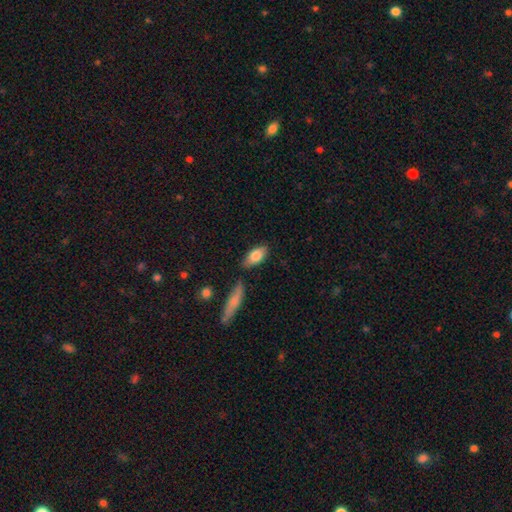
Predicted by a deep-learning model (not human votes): A smooth galaxy with no disk features (80%) that is in between round and cigar-shaped (86%). Merging: none (75%).